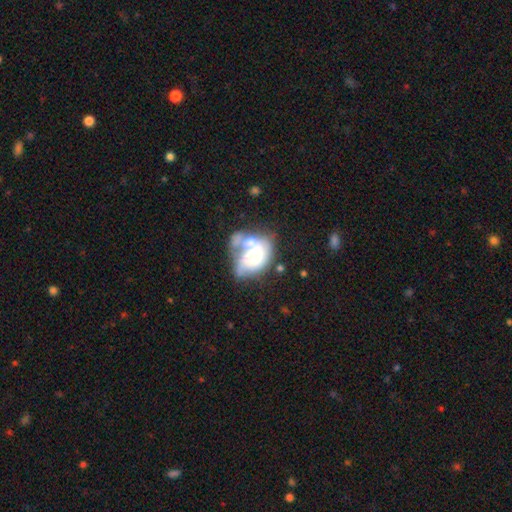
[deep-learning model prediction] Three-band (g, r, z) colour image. It shows a featured or disk galaxy (56%) with no bar (79%), no spiral arms (67%) and a moderate central bulge (51%). Merging: merger (55%).